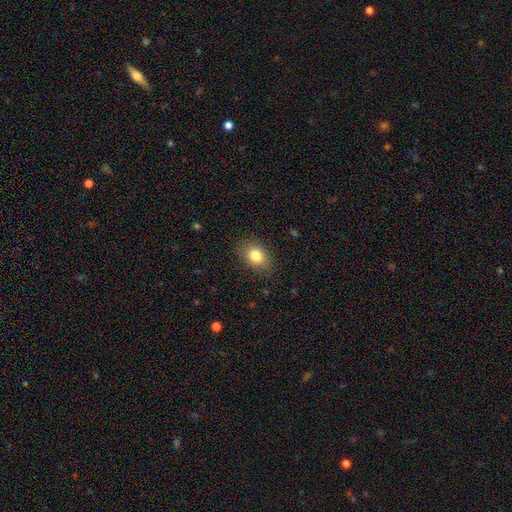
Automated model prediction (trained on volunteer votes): Smooth or featured? Predicted: smooth (p=0.81). How rounded? Predicted: in between (p=0.76). Merging? Predicted: none (p=0.84).